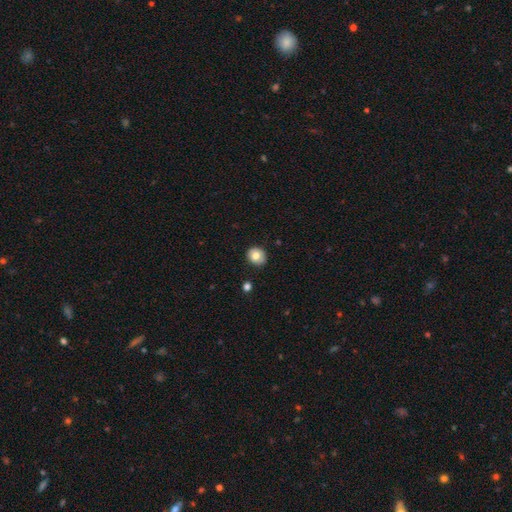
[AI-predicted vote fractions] Smooth or featured? Predicted: smooth (p=0.76). How rounded? Predicted: round (p=0.73). Merging? Predicted: none (p=0.86).